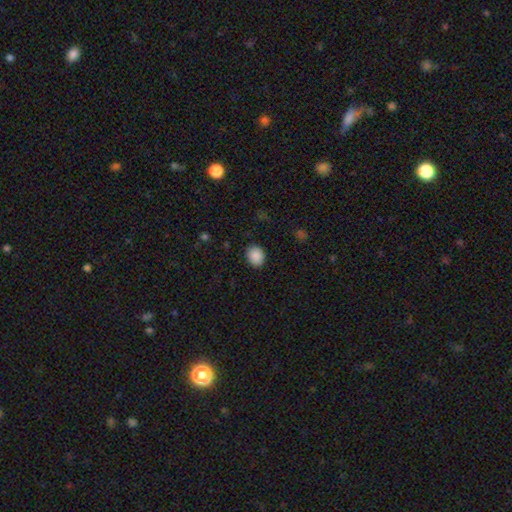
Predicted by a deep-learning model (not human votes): Overall: smooth (89%). How rounded: round (53%; in between 46%). Merging: none (88%).